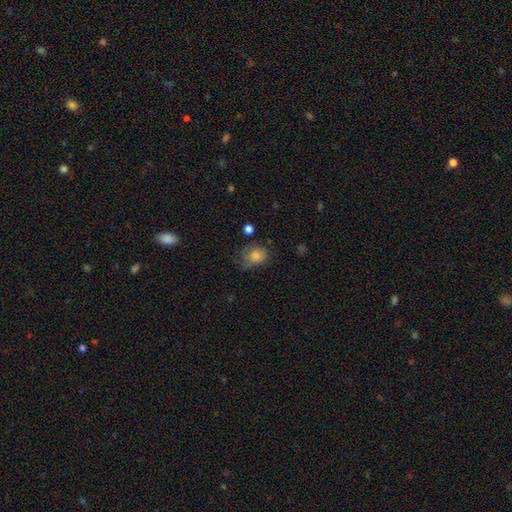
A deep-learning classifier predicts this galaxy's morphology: Smooth or featured: smooth — 70% (featured or disk — 18%)
How rounded: round — 50% (in between — 49%)
Merging: none — 50% (minor disturbance — 30%)